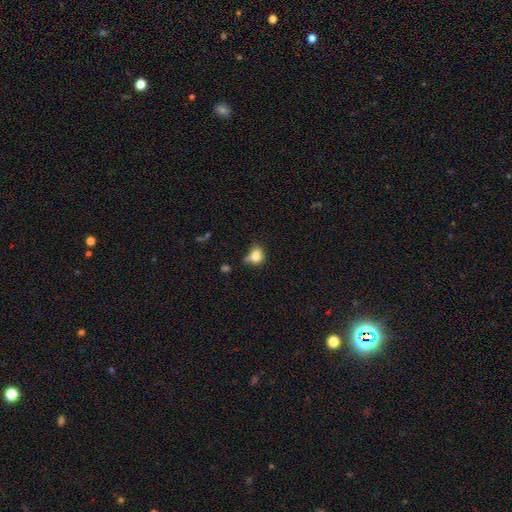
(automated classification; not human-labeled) smooth 76%, featured or disk 13%, star or artifact 11%. Down the decision tree: how rounded — round (56%); merging — none (39%).